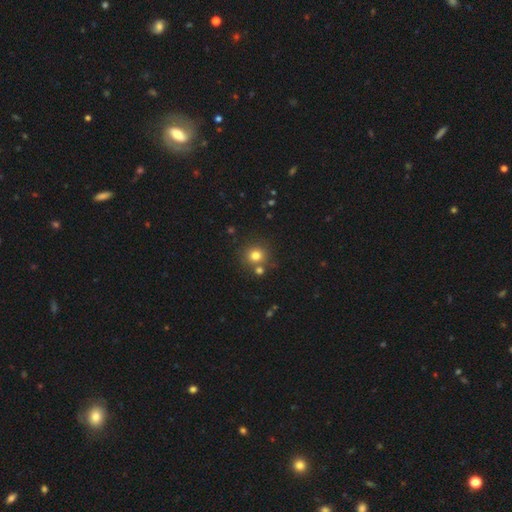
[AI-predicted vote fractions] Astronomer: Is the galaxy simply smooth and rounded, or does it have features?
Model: smooth — 78%.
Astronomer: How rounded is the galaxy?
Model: round — 90%.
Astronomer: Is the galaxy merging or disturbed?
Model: none — 74%.